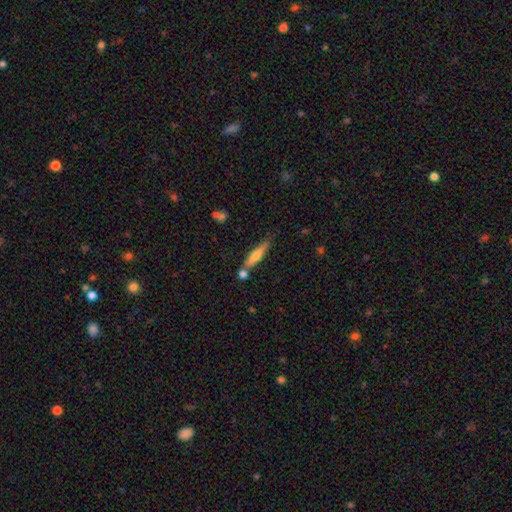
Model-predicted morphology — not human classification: This appears to be a smooth galaxy with no disk features (47%). Merging: none (68%).